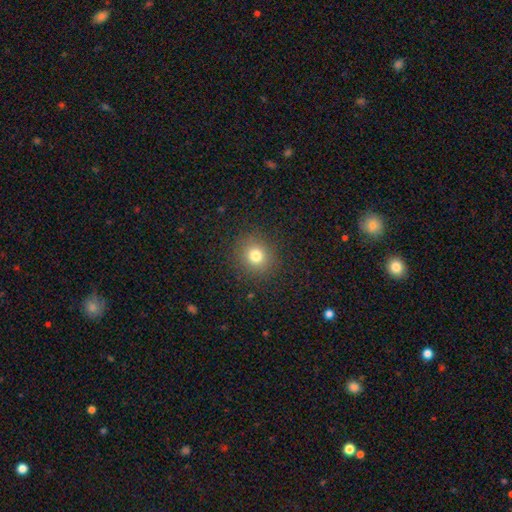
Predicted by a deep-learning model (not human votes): A smooth galaxy with no disk features (78%) that is round (85%).

Vote fractions:
- Smooth or featured? smooth: 78% / star or artifact: 14% / featured or disk: 8%
- How rounded? round: 85% / in between: 14% / cigar-shaped: 1%
- Merging? none: 89% / minor disturbance: 7% / major disturbance: 3% / merger: 1%